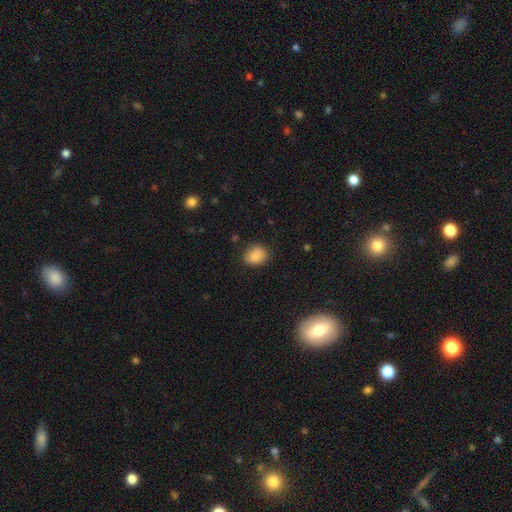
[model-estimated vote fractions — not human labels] Morphology: type=smooth (82%); roundness=in between (51%); merging=none (74%).